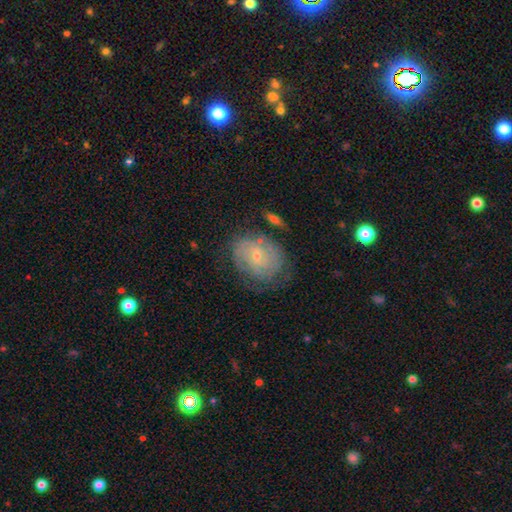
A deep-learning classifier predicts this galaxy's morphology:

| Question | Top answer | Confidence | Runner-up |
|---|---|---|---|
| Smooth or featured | featured or disk | 65% | smooth (28%) |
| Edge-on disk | no | 97% | yes (3%) |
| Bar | no | 65% | weak (31%) |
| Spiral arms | yes | 79% | no (21%) |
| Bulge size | small | 72% | moderate (24%) |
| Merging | none | 61% | minor disturbance (24%) |